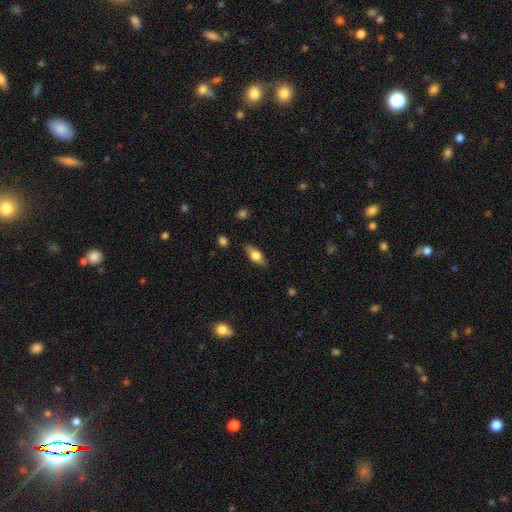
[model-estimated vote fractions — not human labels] smooth 58%, featured or disk 35%, star or artifact 7%. Down the decision tree: how rounded — in between (75%); merging — none (84%).